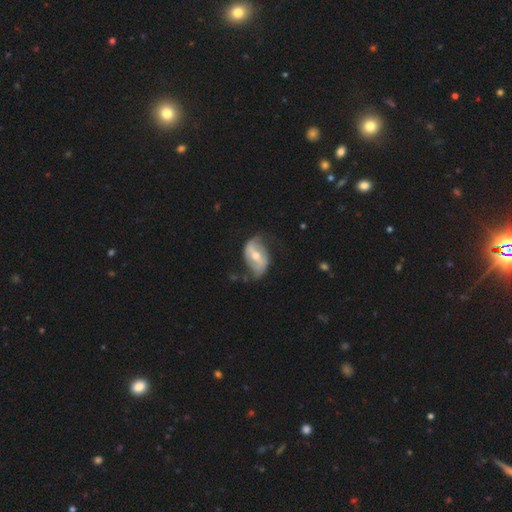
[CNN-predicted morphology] This is likely a featured or disk galaxy (70%). It is clearly not viewed edge-on (94%). Bar: marginally strong (41%). Spiral arm pattern: likely yes (73%). Central bulge: likely moderate (69%). Merging: possibly none (55%).